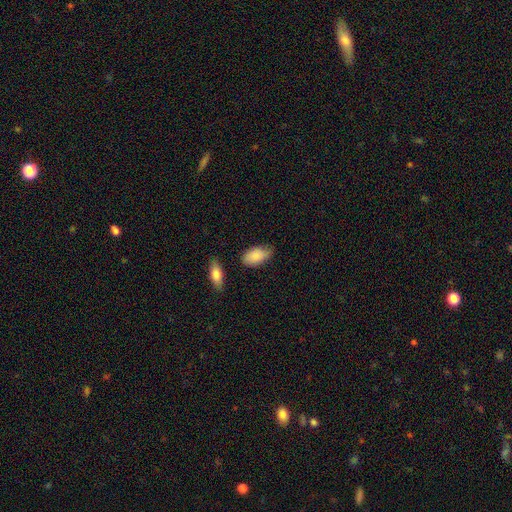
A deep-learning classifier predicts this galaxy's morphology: The model was most divided on "merging": none: 65%, minor disturbance: 27%, major disturbance: 5%, merger: 3%. More confident: how rounded — in between (93%); smooth or featured — smooth (87%).